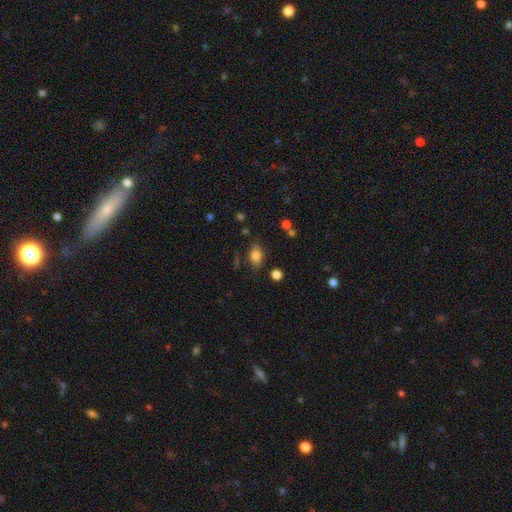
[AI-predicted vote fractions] Morphology: type=smooth (81%); roundness=in between (83%); merging=none (78%).